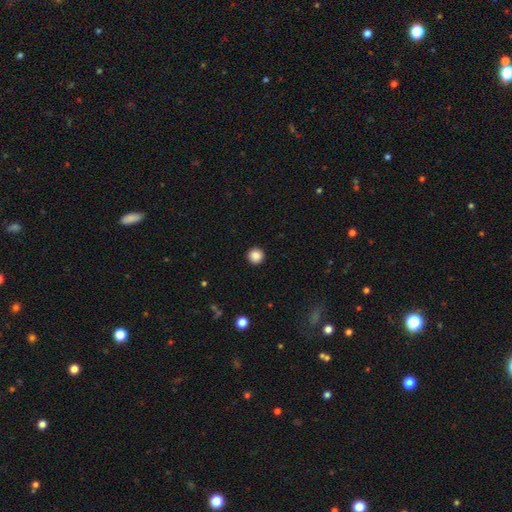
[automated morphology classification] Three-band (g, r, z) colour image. It shows a smooth galaxy with no disk features (87%) that is round (96%). Merging: none (93%).